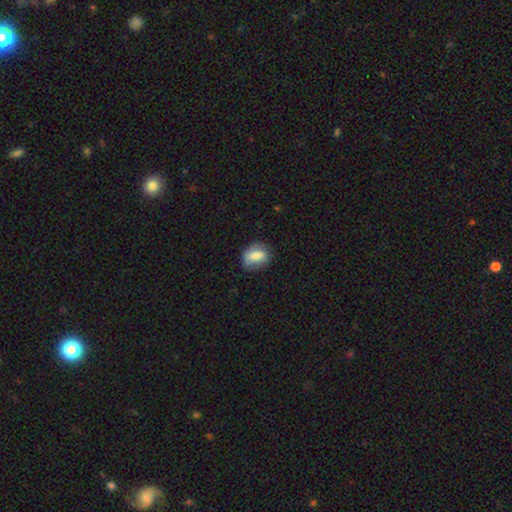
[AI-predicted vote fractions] This is likely a smooth galaxy (69%). How rounded: likely in between (64%). Merging: likely none (67%).